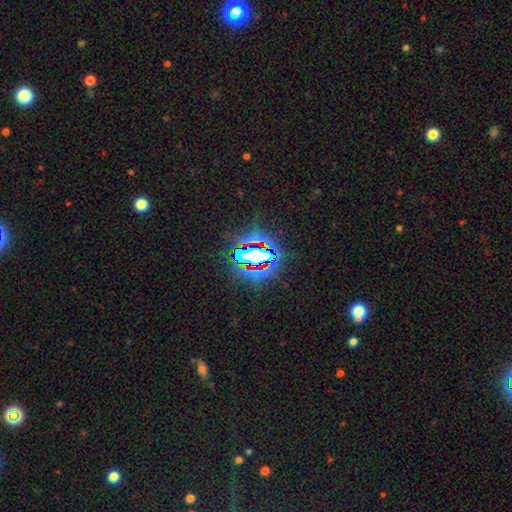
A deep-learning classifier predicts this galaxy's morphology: star or artifact 71%, smooth 15%, featured or disk 13%.